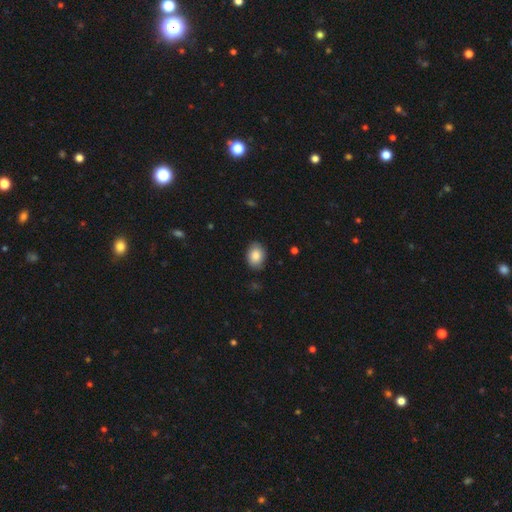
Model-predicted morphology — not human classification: Smooth or featured? smooth (87%)
How rounded? in between (70%)
Merging? none (85%)